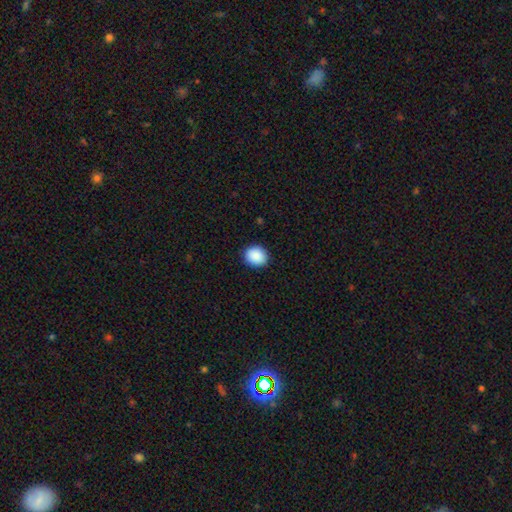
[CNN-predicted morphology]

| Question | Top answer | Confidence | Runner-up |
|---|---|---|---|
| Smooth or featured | smooth | 90% | star or artifact (7%) |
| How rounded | round | 73% | in between (26%) |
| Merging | none | 91% | minor disturbance (7%) |